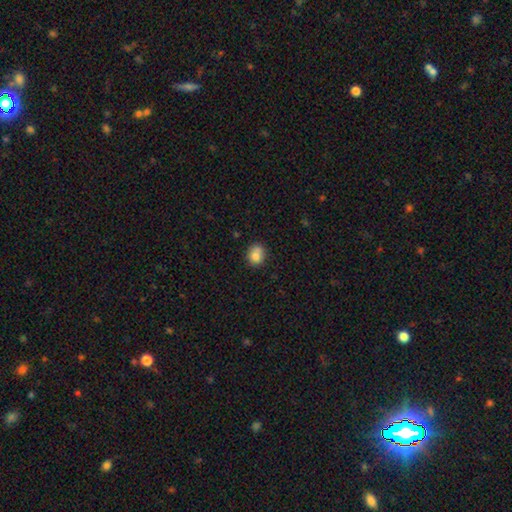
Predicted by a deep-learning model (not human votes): Overall: smooth (79%). How rounded: round (61%; in between 38%). Merging: none (61%).